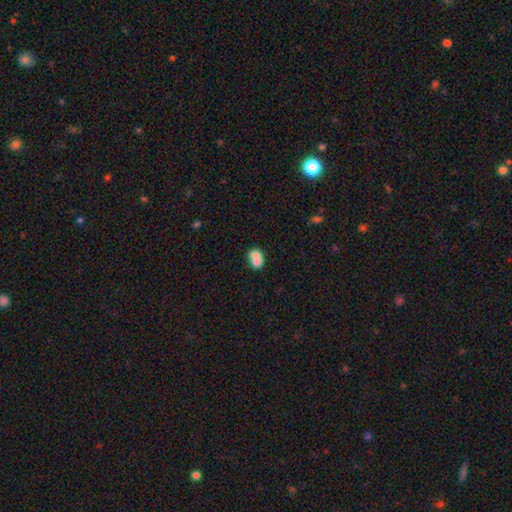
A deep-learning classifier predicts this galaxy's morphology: A smooth galaxy with no disk features (72%) that is in between round and cigar-shaped (53%).

Vote fractions:
- Smooth or featured? smooth: 72% / featured or disk: 18% / star or artifact: 9%
- How rounded? in between: 53% / round: 46% / cigar-shaped: 1%
- Merging? merger: 68% / none: 22% / minor disturbance: 7% / major disturbance: 4%